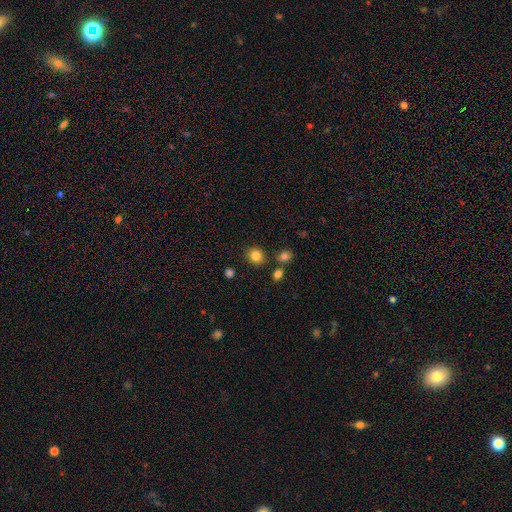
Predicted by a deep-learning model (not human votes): This appears to be a smooth galaxy with no disk features (83%) that is round (82%). Merging: none (83%).